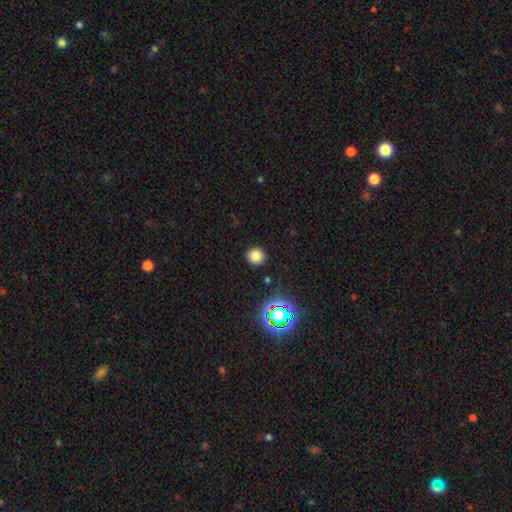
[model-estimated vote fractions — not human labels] smooth_or_featured: smooth (p=0.77) [alt: star or artifact p=0.16]
how_rounded: round (p=0.93) [alt: in between p=0.06]
merging: none (p=0.91) [alt: minor disturbance p=0.05]